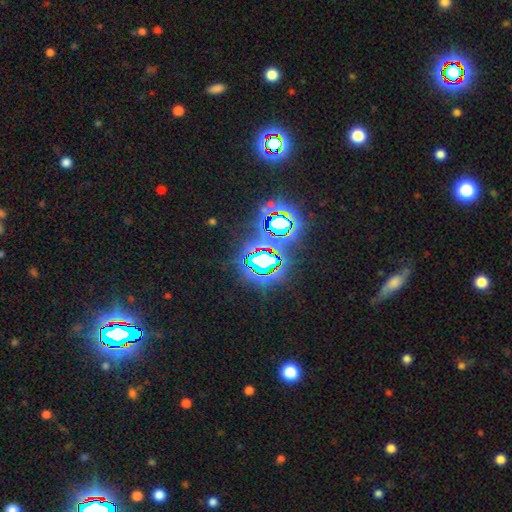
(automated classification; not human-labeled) star or artifact 81%, smooth 11%, featured or disk 8%.